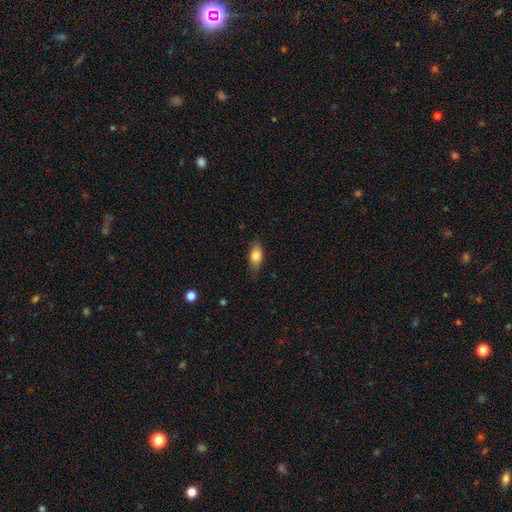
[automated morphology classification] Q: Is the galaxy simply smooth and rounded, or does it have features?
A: smooth — 81%.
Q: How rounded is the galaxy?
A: in between — 84%.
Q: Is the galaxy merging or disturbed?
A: none — 78%.